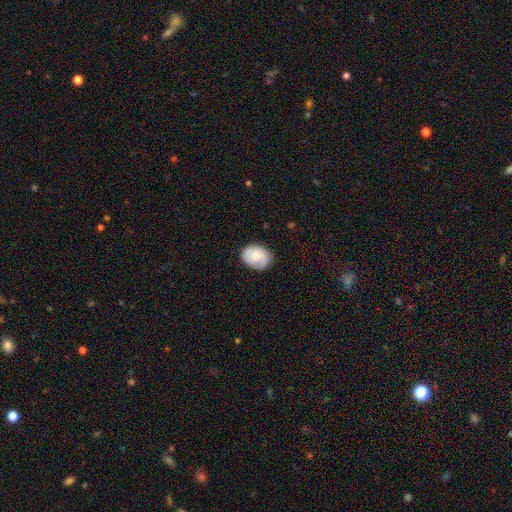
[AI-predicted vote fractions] The model was most divided on "how rounded": in between: 56%, round: 44%, cigar-shaped: 1%. More confident: merging — none (79%); smooth or featured — smooth (67%).